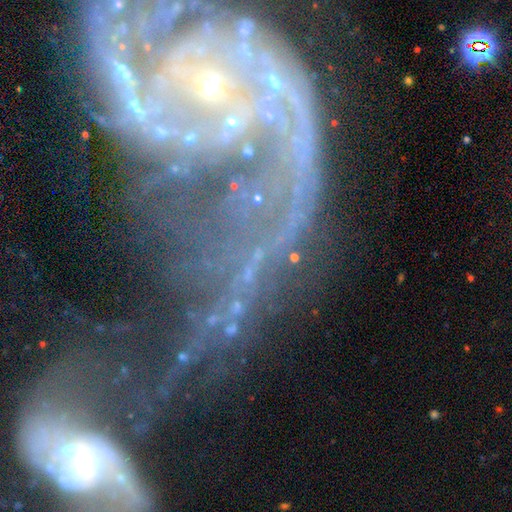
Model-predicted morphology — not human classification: Smooth or featured?
  - featured or disk: 82% *
  - star or artifact: 11%
  - smooth: 8%
Edge-on disk?
  - no: 97% *
  - yes: 3%
Bar?
  - no: 56% *
  - weak: 27%
  - strong: 17%
Spiral arms?
  - yes: 85% *
  - no: 15%
Spiral winding?
  - loose: 53% *
  - medium: 31%
  - tight: 16%
Spiral arm count?
  - 2: 64% *
  - can't tell: 11%
  - 1: 11%
  - 3: 6%
  - 4: 4%
  - more than 4: 4%
Bulge size?
  - small: 71% *
  - moderate: 18%
  - none: 7%
  - large: 3%
  - dominant: 2%
Merging?
  - major disturbance: 40% *
  - merger: 24%
  - none: 22%
  - minor disturbance: 13%